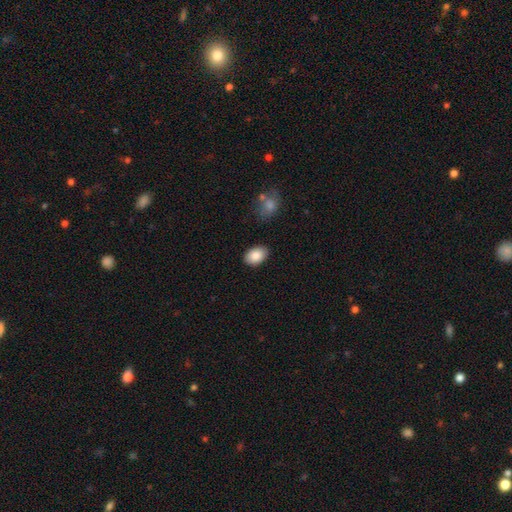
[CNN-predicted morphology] smooth_or_featured: smooth (p=0.87) [alt: star or artifact p=0.07]
how_rounded: in between (p=0.87) [alt: round p=0.12]
merging: none (p=0.86) [alt: minor disturbance p=0.10]